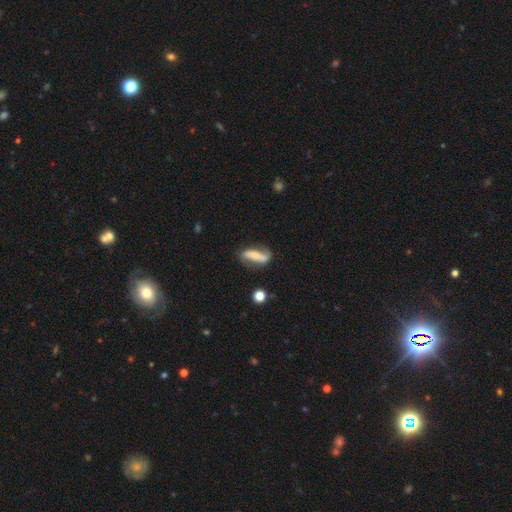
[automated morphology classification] featured or disk 62%, smooth 31%, star or artifact 7%. Down the decision tree: edge-on disk — no (82%); bar — strong (51%); spiral arms — yes (81%); bulge size — small (51%); merging — none (70%).